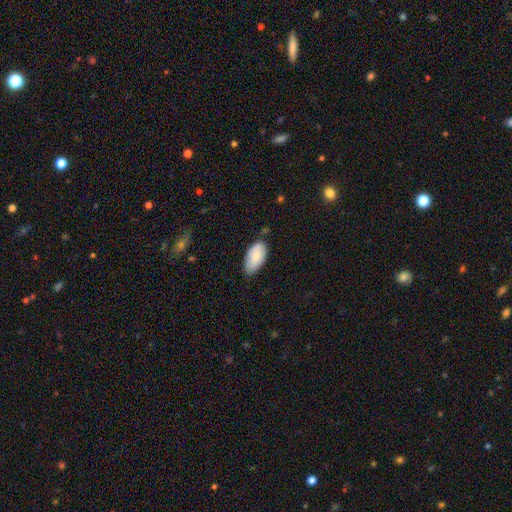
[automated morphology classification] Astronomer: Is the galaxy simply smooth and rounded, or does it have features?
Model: smooth — 80%.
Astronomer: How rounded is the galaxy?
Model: in between — 95%.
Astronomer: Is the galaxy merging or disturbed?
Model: none — 63%.